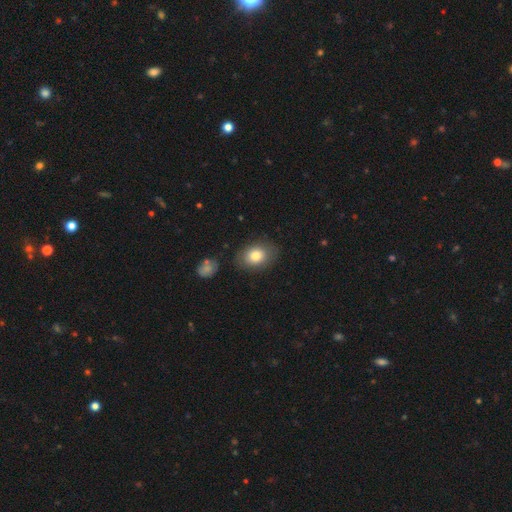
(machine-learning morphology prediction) This appears to be a smooth galaxy with no disk features (81%) that is in between round and cigar-shaped (72%). Merging: none (80%).